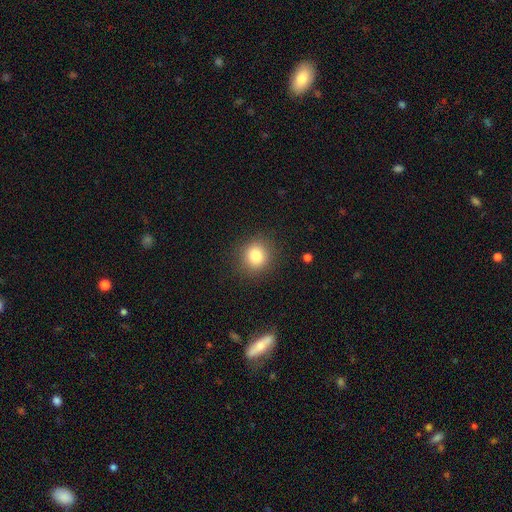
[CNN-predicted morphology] A smooth galaxy with no disk features (82%) that is round (85%).

Vote fractions:
- Smooth or featured? smooth: 82% / star or artifact: 11% / featured or disk: 7%
- How rounded? round: 85% / in between: 14% / cigar-shaped: 1%
- Merging? none: 88% / minor disturbance: 8% / major disturbance: 3% / merger: 1%